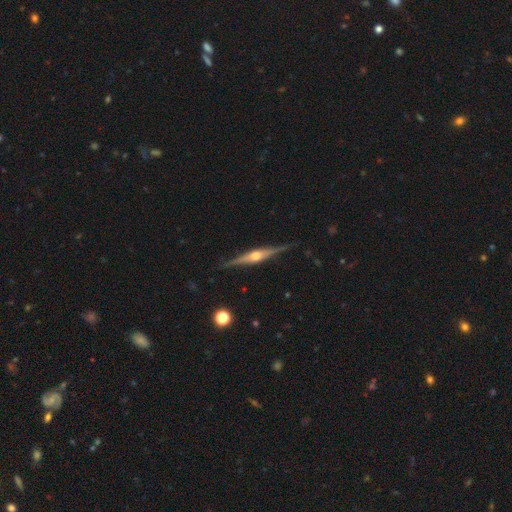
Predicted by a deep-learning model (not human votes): A featured or disk galaxy (82%) viewed edge-on (98%) with a rounded central bulge (90%).

Vote fractions:
- Smooth or featured? featured or disk: 82% / smooth: 13% / star or artifact: 5%
- Edge-on disk? yes: 98% / no: 2%
- Edge-on bulge? rounded: 90% / boxy: 7% / none: 3%
- Merging? none: 88% / minor disturbance: 9% / major disturbance: 2% / merger: 1%